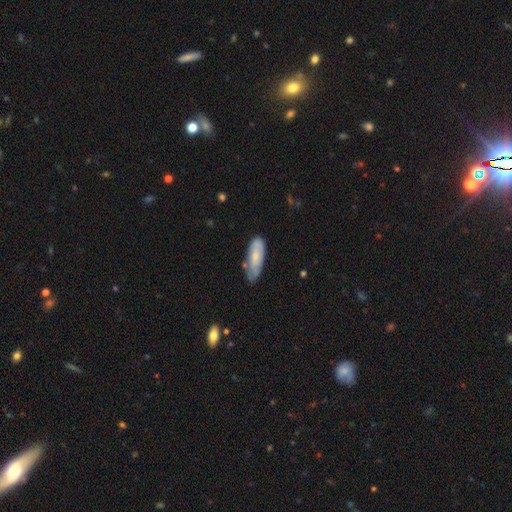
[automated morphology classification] smooth 63%, featured or disk 31%, star or artifact 6%. Down the decision tree: how rounded — in between (66%); merging — none (61%).